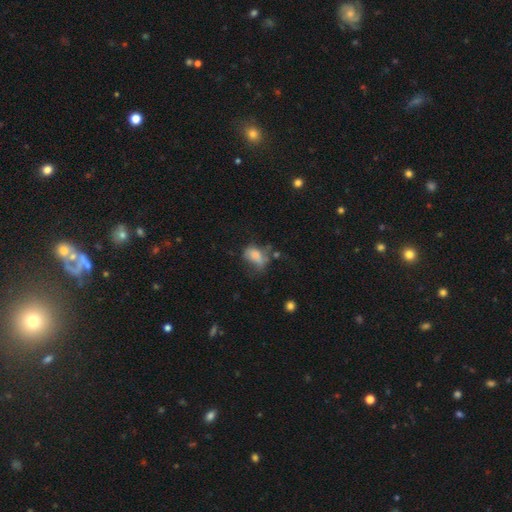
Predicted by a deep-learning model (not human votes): Morphology: type=smooth (71%); roundness=in between (82%); merging=major disturbance (32%).